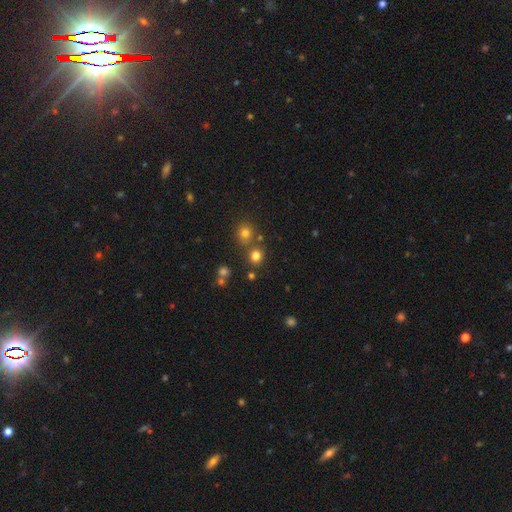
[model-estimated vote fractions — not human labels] Smooth or featured? smooth (76%)
How rounded? round (85%)
Merging? none (74%)